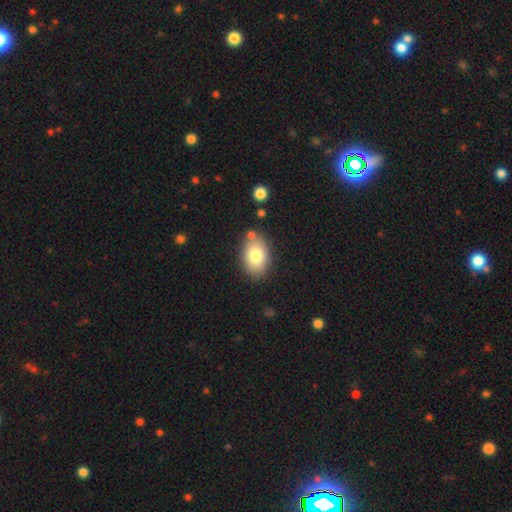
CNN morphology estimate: A smooth galaxy with no disk features (79%) that is in between round and cigar-shaped (83%). Merging: none (78%).